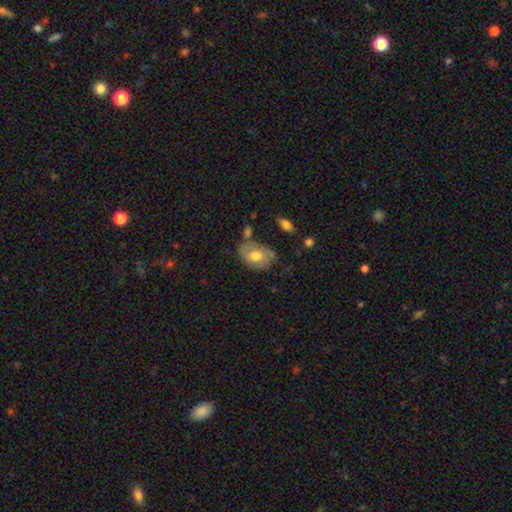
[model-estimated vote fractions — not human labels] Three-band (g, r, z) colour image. It shows a smooth galaxy with no disk features (52%) that is in between round and cigar-shaped (79%). Merging: none (56%).